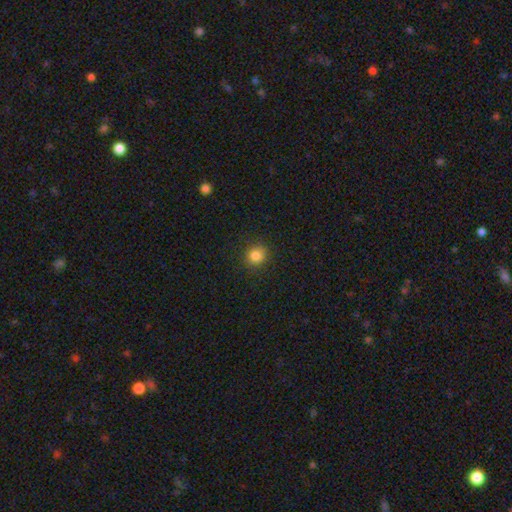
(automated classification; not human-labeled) A smooth galaxy with no disk features (84%) that is round (90%).

Vote fractions:
- Smooth or featured? smooth: 84% / star or artifact: 12% / featured or disk: 4%
- How rounded? round: 90% / in between: 9% / cigar-shaped: 1%
- Merging? none: 90% / minor disturbance: 7% / major disturbance: 2% / merger: 1%